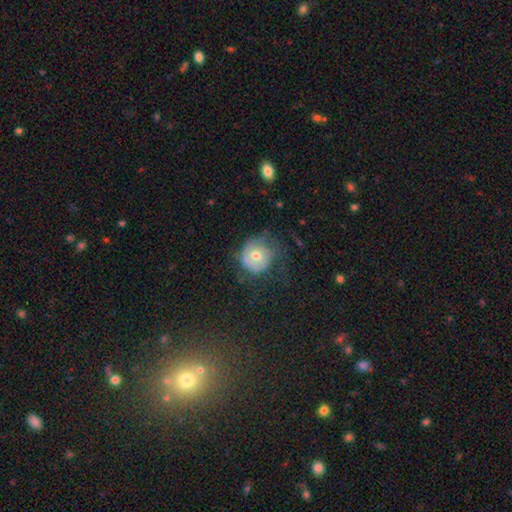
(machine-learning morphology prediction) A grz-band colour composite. It shows a featured or disk galaxy (50%). Merging: none (50%).